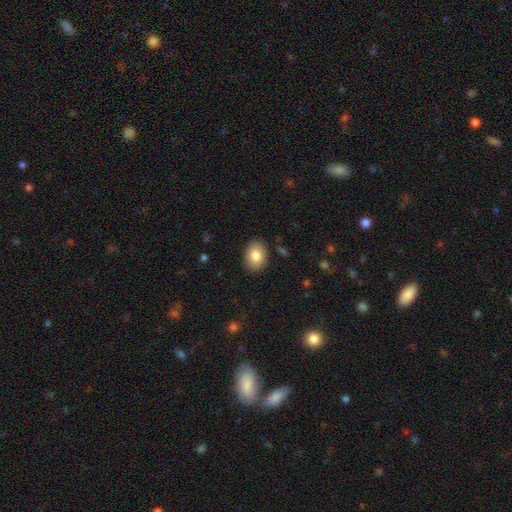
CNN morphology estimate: Smooth or featured: smooth — 84% (featured or disk — 9%)
How rounded: in between — 74% (round — 25%)
Merging: none — 89% (minor disturbance — 8%)